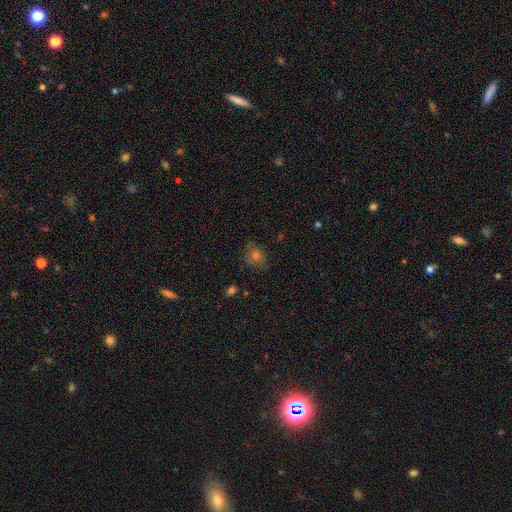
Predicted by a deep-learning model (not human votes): A smooth galaxy with no disk features (65%) that is round (71%).

Vote fractions:
- Smooth or featured? smooth: 65% / star or artifact: 21% / featured or disk: 14%
- How rounded? round: 71% / in between: 28% / cigar-shaped: 1%
- Merging? none: 77% / minor disturbance: 16% / major disturbance: 4% / merger: 2%